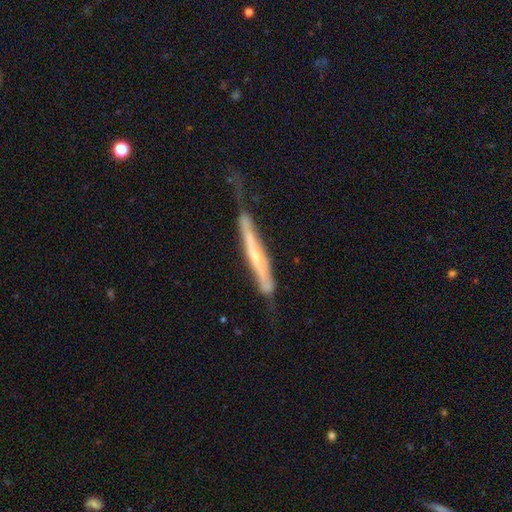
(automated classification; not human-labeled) A featured or disk galaxy (73%) viewed edge-on (84%) with a rounded central bulge (59%). Merging: none (48%).